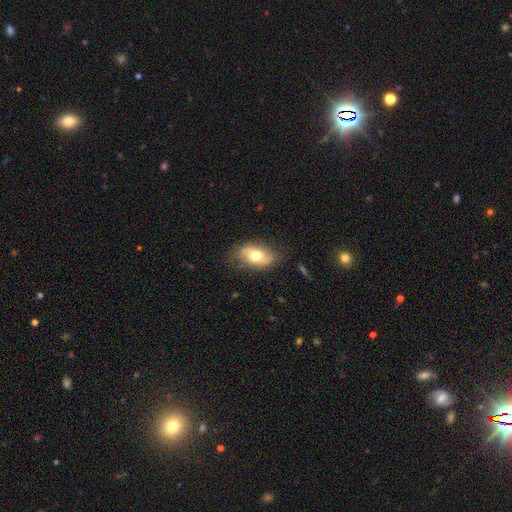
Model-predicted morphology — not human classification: A smooth galaxy with no disk features (53%) that is in between round and cigar-shaped (89%). Merging: none (74%).